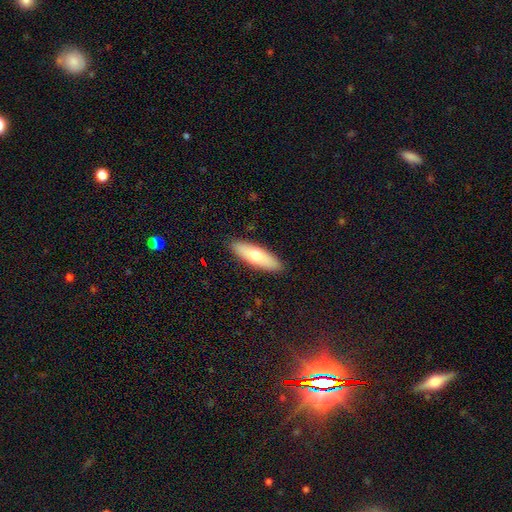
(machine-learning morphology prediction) This appears to be a smooth galaxy with no disk features (67%) that is cigar-shaped (56%). Merging: none (90%).